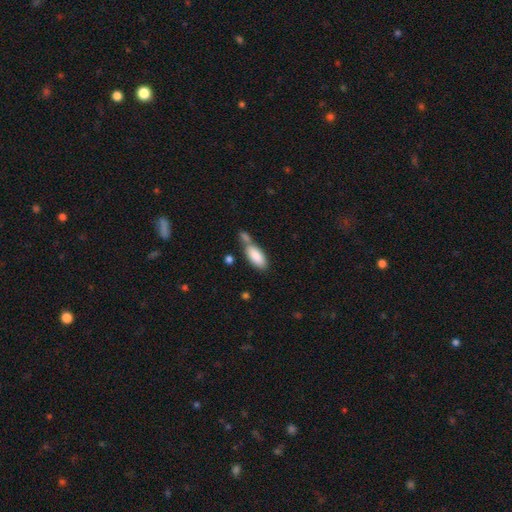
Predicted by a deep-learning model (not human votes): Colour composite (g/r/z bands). It shows a smooth galaxy with no disk features (85%) that is in between round and cigar-shaped (82%). Merging: none (43%).